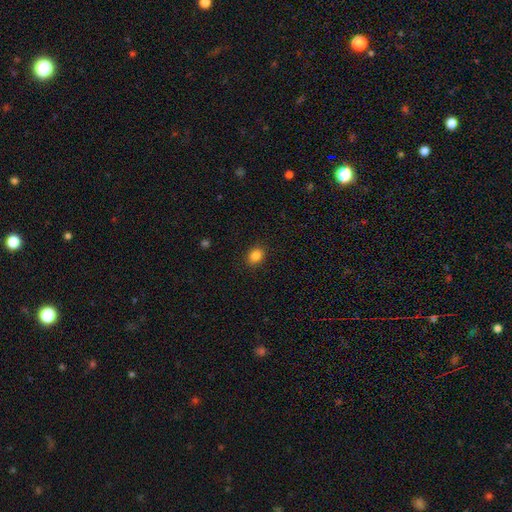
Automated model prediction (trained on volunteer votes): Q: Smooth or featured?
A: smooth (85%); runner-up: star or artifact (11%)
Q: How rounded?
A: in between (53%); runner-up: round (46%)
Q: Merging?
A: none (89%); runner-up: minor disturbance (8%)